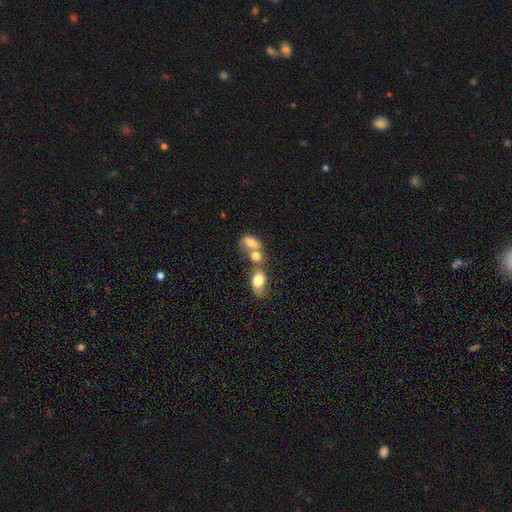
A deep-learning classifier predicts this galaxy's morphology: A smooth galaxy with no disk features (73%) that is in between round and cigar-shaped (79%). Merging: merger (55%).